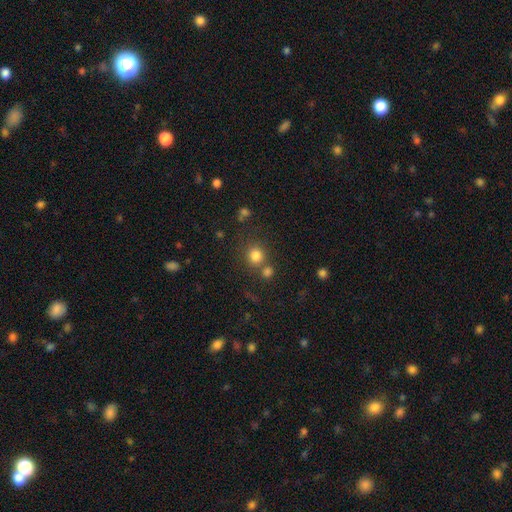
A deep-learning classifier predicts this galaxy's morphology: smooth_or_featured: smooth (p=0.80) [alt: star or artifact p=0.14]
how_rounded: round (p=0.87) [alt: in between p=0.12]
merging: none (p=0.67) [alt: merger p=0.19]